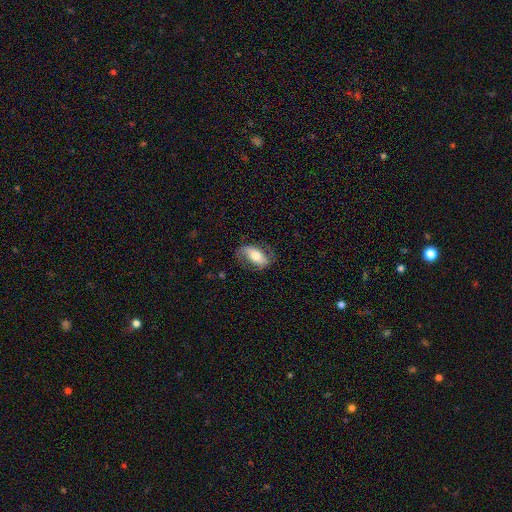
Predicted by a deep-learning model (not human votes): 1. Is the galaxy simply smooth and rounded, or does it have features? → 53% featured or disk, 41% smooth, 7% star or artifact.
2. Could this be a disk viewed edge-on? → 88% no, 12% yes.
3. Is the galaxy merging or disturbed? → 70% none, 19% minor disturbance, 10% major disturbance, 1% merger.